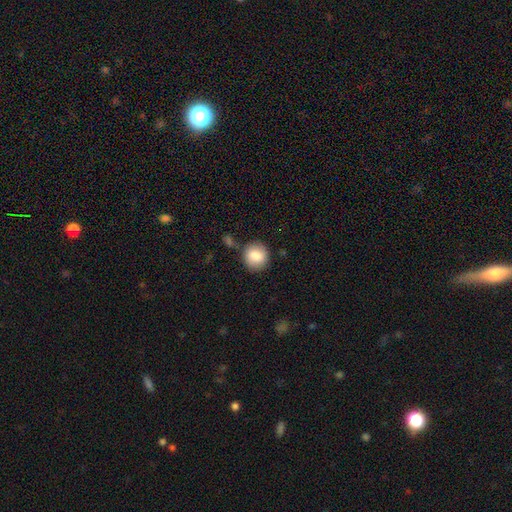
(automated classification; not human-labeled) Q: Smooth or featured?
A: smooth (84%); runner-up: featured or disk (8%)
Q: How rounded?
A: round (87%); runner-up: in between (12%)
Q: Merging?
A: none (79%); runner-up: minor disturbance (11%)